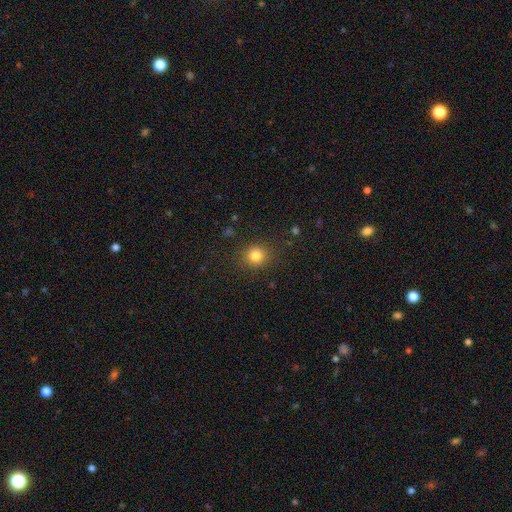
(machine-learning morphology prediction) smooth_or_featured: smooth (p=0.82) [alt: star or artifact p=0.13]
how_rounded: round (p=0.88) [alt: in between p=0.11]
merging: none (p=0.87) [alt: minor disturbance p=0.08]